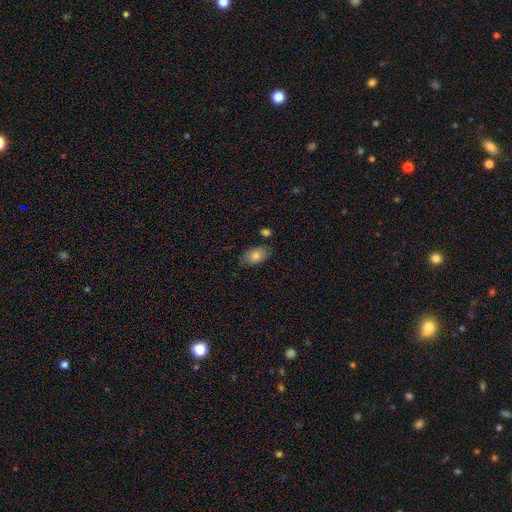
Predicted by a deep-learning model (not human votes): This is likely a smooth galaxy (79%). How rounded: clearly in between (91%). Merging: likely none (75%).